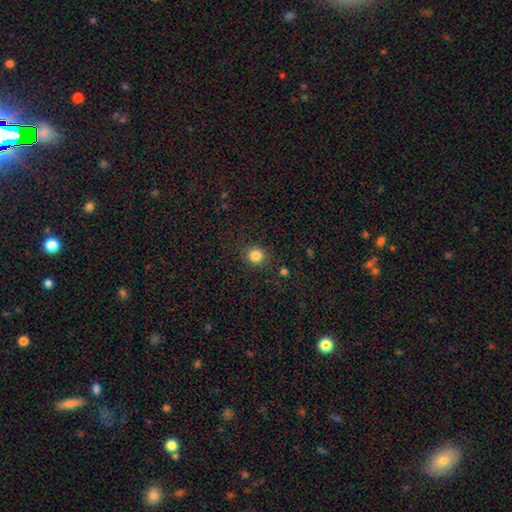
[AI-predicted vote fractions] A smooth galaxy with no disk features (84%) that is round (92%). Merging: none (88%).